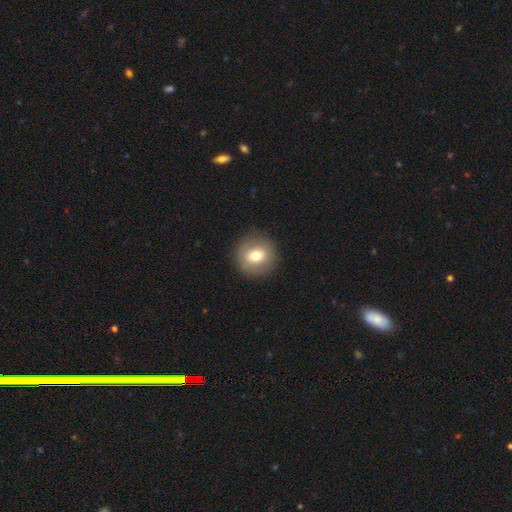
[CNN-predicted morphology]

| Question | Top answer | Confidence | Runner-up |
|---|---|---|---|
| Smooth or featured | smooth | 71% | featured or disk (20%) |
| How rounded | round | 90% | in between (9%) |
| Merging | none | 89% | minor disturbance (7%) |